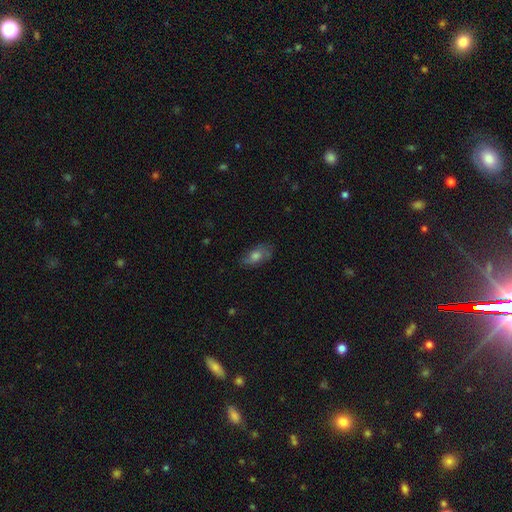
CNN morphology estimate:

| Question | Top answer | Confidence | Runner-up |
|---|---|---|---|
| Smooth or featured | smooth | 57% | featured or disk (32%) |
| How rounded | in between | 84% | round (9%) |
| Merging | none | 71% | minor disturbance (21%) |